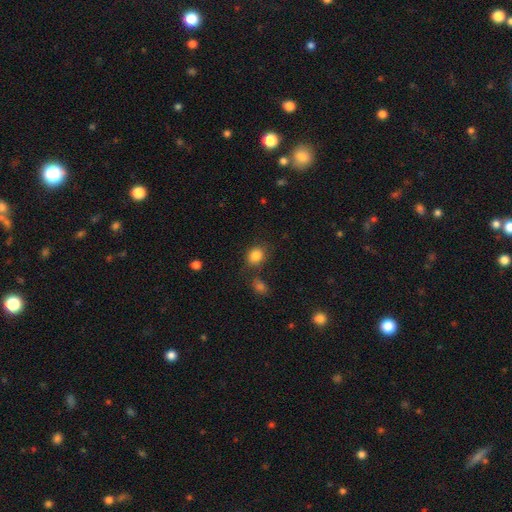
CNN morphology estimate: smooth_or_featured: smooth (p=0.84) [alt: star or artifact p=0.10]
how_rounded: round (p=0.57) [alt: in between p=0.42]
merging: none (p=0.72) [alt: minor disturbance p=0.15]